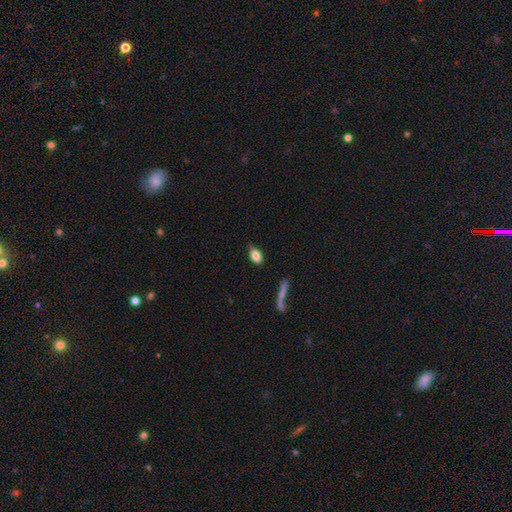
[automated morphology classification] Smooth or featured?
  - smooth: 83% *
  - featured or disk: 10%
  - star or artifact: 8%
How rounded?
  - in between: 86% *
  - round: 10%
  - cigar-shaped: 4%
Merging?
  - none: 75% *
  - minor disturbance: 18%
  - major disturbance: 5%
  - merger: 3%